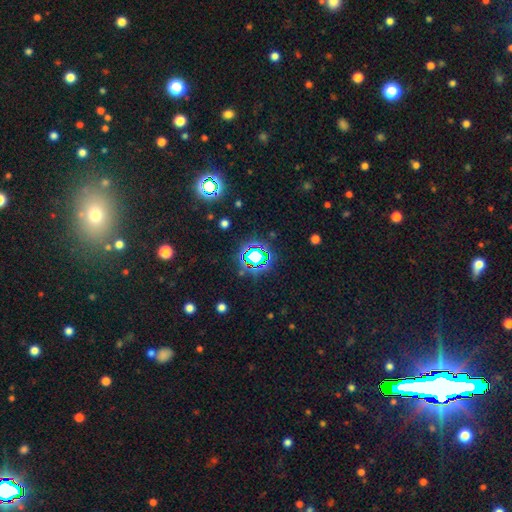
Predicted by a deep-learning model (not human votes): Overall: star or artifact (70%).